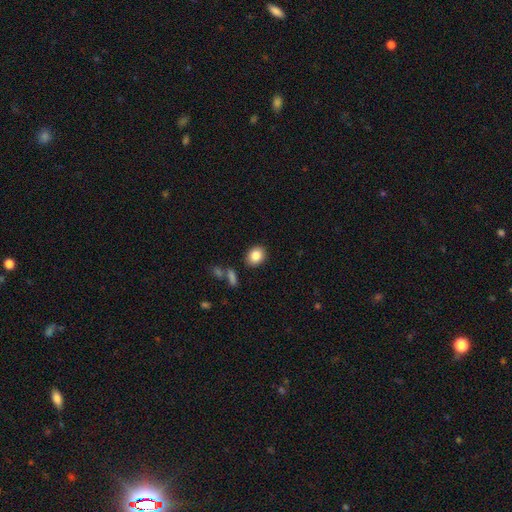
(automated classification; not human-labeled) Smooth or featured? smooth (84%)
How rounded? round (54%)
Merging? none (86%)